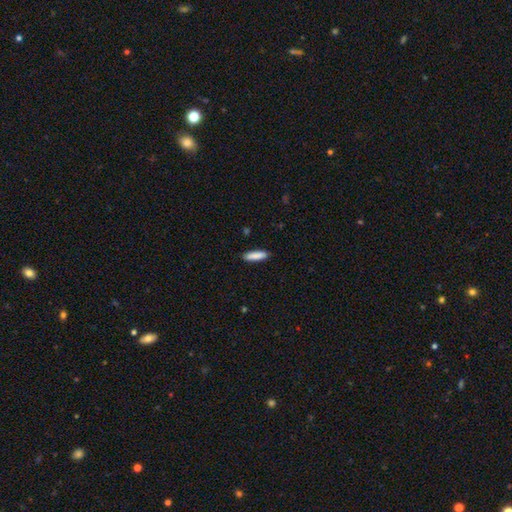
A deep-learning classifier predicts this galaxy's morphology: type=smooth (88%); roundness=cigar-shaped (66%); merging=none (89%).